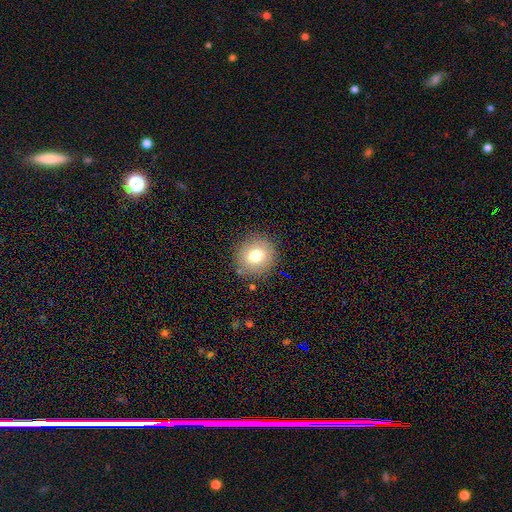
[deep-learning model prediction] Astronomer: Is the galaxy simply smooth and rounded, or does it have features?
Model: smooth — 75%.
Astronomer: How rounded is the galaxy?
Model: round — 90%.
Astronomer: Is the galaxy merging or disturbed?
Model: none — 87%.